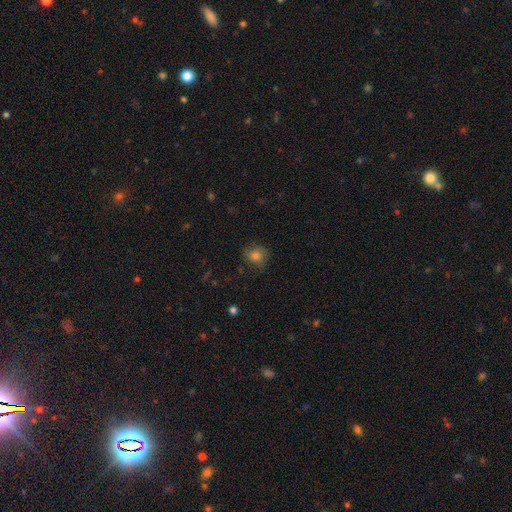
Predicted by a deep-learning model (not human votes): smooth 78%, star or artifact 12%, featured or disk 10%. Down the decision tree: how rounded — round (76%); merging — none (72%).